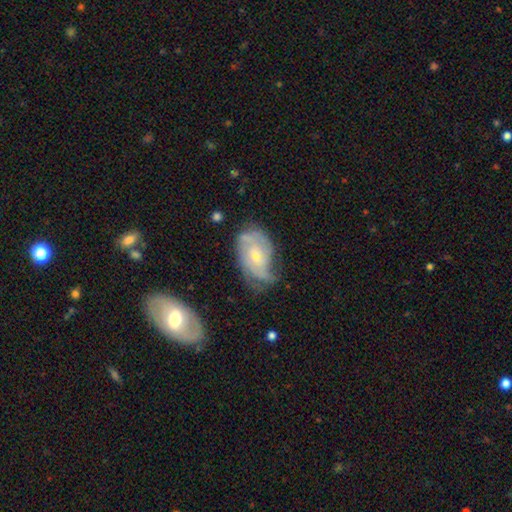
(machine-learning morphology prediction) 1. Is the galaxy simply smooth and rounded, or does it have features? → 70% featured or disk, 23% smooth, 7% star or artifact.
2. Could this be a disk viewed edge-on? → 96% no, 4% yes.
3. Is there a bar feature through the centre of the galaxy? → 60% no, 35% weak, 5% strong.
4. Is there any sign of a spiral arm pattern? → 84% yes, 16% no.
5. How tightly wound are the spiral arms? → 46% tight, 38% medium, 16% loose.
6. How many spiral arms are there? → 39% can't tell, 31% 2, 16% 3, 6% 1, 4% 4, 3% more than 4.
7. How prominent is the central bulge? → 50% small, 43% moderate, 3% none, 2% large, 1% dominant.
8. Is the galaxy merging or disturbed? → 46% none, 34% minor disturbance, 16% major disturbance, 4% merger.